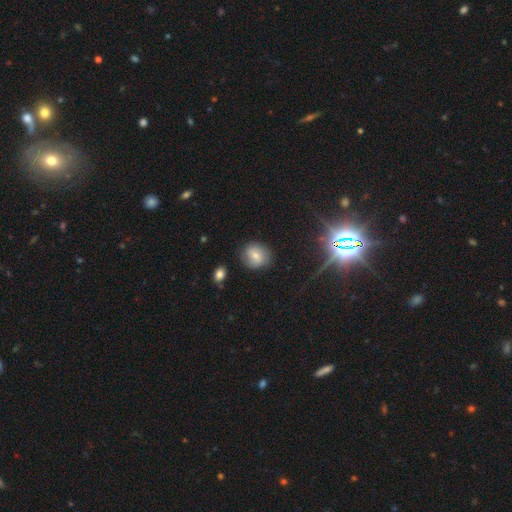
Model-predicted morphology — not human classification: This appears to be a smooth galaxy with no disk features (67%) that is round (79%). Merging: none (80%).